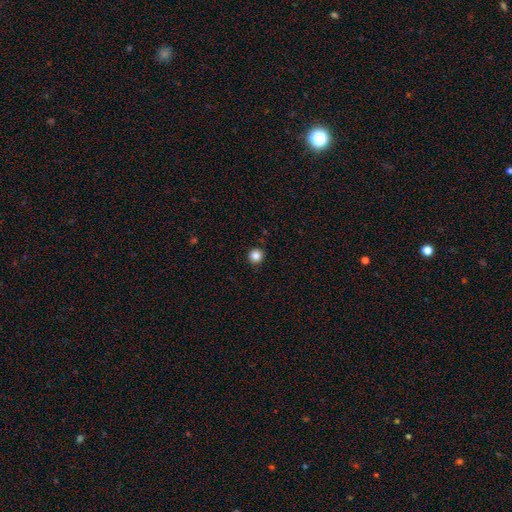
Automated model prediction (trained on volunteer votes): Smooth or featured: smooth — 84% (star or artifact — 11%)
How rounded: round — 94% (in between — 5%)
Merging: none — 92% (minor disturbance — 6%)